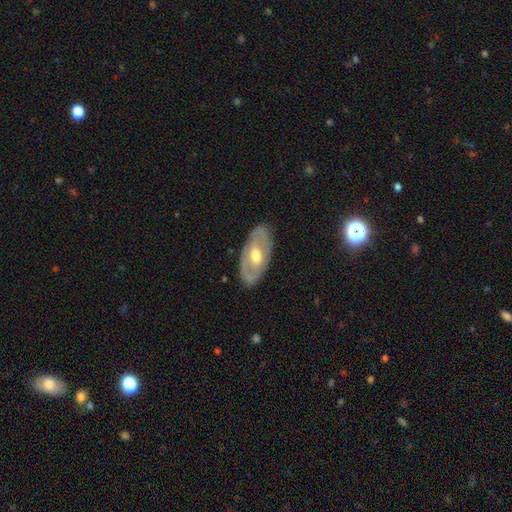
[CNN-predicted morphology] Smooth or featured?
  - featured or disk: 63% *
  - smooth: 32%
  - star or artifact: 5%
Edge-on disk?
  - no: 86% *
  - yes: 14%
Bar?
  - no: 57% *
  - weak: 32%
  - strong: 11%
Spiral arms?
  - no: 60% *
  - yes: 40%
Bulge size?
  - moderate: 73% *
  - large: 13%
  - small: 12%
  - none: 1%
  - dominant: 1%
Merging?
  - none: 82% *
  - minor disturbance: 13%
  - major disturbance: 4%
  - merger: 1%